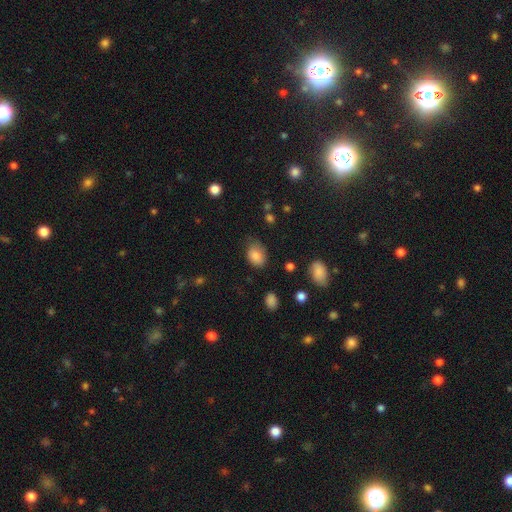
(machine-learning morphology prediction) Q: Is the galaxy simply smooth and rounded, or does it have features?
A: smooth — 84%.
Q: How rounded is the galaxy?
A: in between — 76%.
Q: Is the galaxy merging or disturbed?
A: none — 58%.